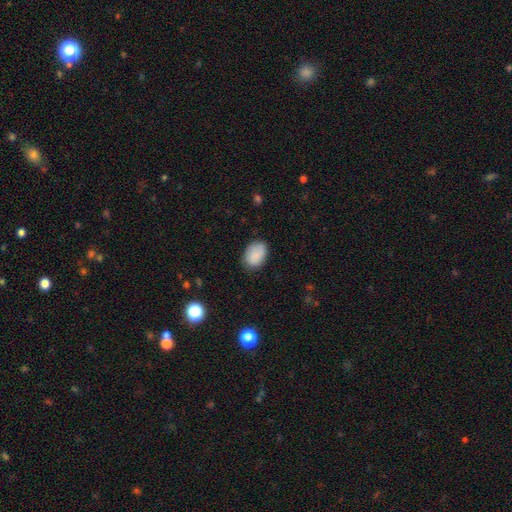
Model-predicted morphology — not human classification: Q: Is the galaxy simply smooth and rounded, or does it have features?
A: smooth — 87%.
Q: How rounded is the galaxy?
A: in between — 84%.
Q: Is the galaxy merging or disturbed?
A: none — 78%.